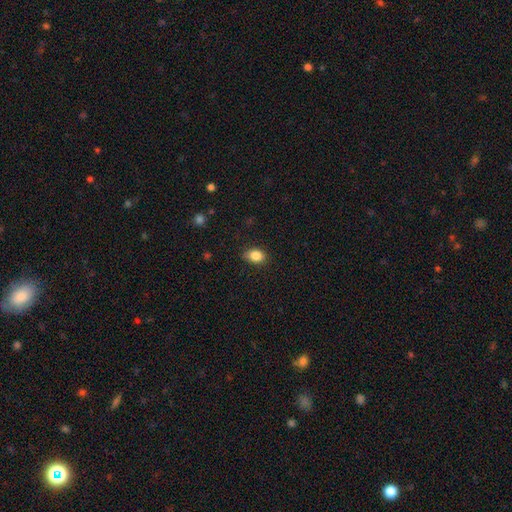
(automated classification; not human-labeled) Morphology: type=smooth (85%); roundness=in between (73%); merging=none (81%).